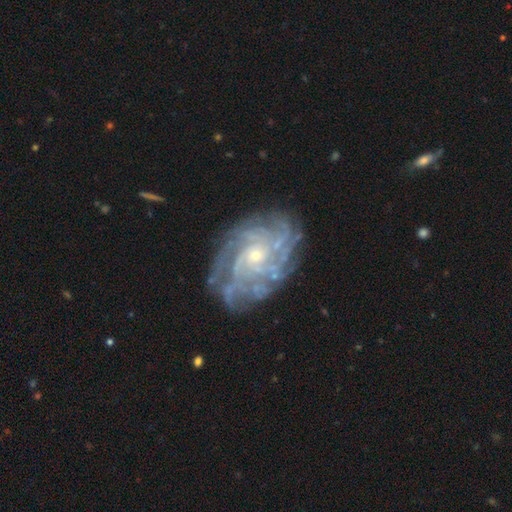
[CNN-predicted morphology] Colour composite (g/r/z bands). It shows a featured or disk galaxy (88%) with no bar (75%), more than 4 (29%) tight (69%) spiral arms (97%) and a small central bulge (75%). Merging: none (76%).